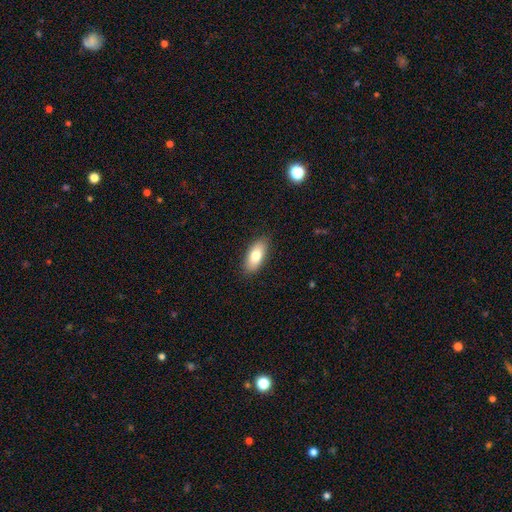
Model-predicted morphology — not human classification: Q: Smooth or featured?
A: smooth (80%); runner-up: featured or disk (14%)
Q: How rounded?
A: in between (88%); runner-up: cigar-shaped (10%)
Q: Merging?
A: none (87%); runner-up: minor disturbance (10%)